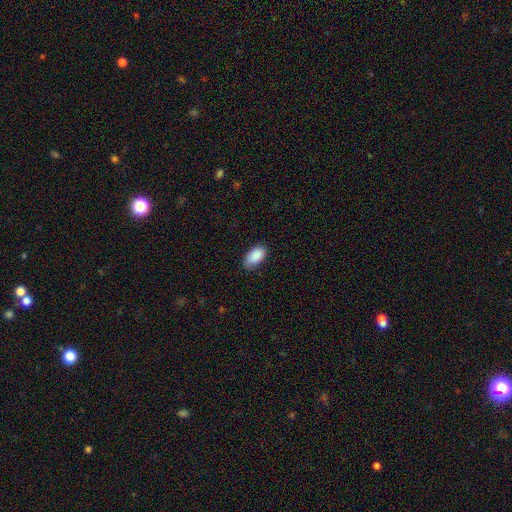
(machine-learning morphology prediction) This appears to be a smooth galaxy with no disk features (89%) that is in between round and cigar-shaped (95%). Merging: none (76%).